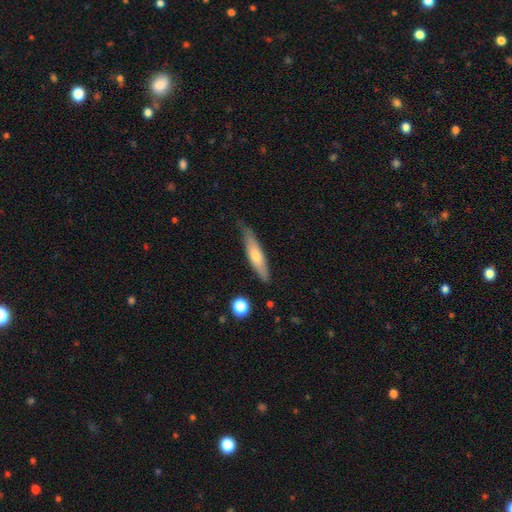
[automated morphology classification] This is possibly a smooth galaxy (55%). How rounded: likely cigar-shaped (79%). Merging: likely none (74%).